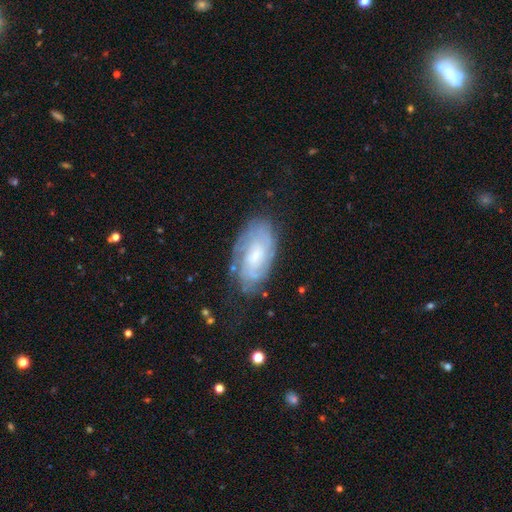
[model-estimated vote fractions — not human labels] Smooth or featured? Predicted: featured or disk (p=0.68). Edge-on disk? Predicted: no (p=0.94). Bar? Predicted: no (p=0.67). Spiral arms? Predicted: yes (p=0.88). Spiral winding? Predicted: tight (p=0.65). Spiral arm count? Predicted: can't tell (p=0.53). Bulge size? Predicted: small (p=0.50). Merging? Predicted: none (p=0.70).